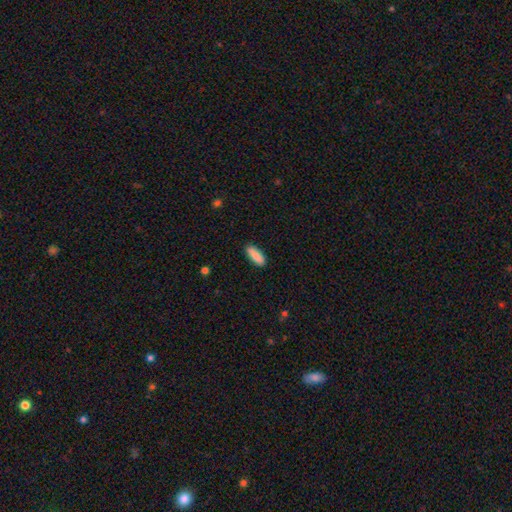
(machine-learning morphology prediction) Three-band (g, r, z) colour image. It shows a smooth galaxy with no disk features (87%) that is in between round and cigar-shaped (55%). Merging: none (88%).